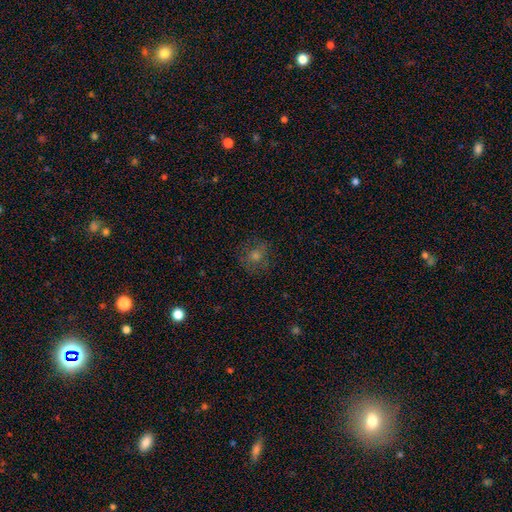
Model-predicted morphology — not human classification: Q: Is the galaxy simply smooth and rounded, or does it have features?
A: smooth — 52%.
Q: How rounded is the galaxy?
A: round — 85%.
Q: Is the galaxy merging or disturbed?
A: none — 79%.